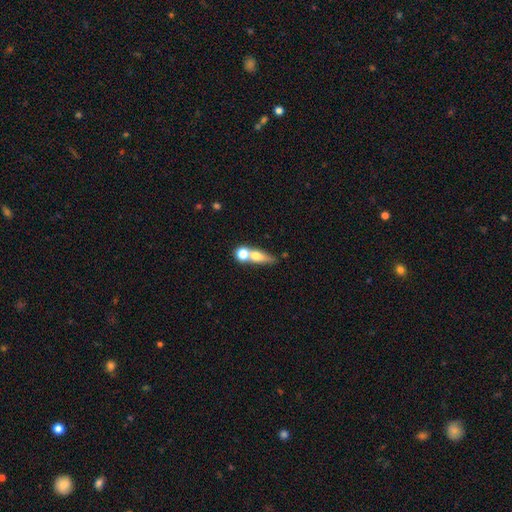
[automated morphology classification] type=smooth (63%); roundness=in between (39%); merging=merger (51%).